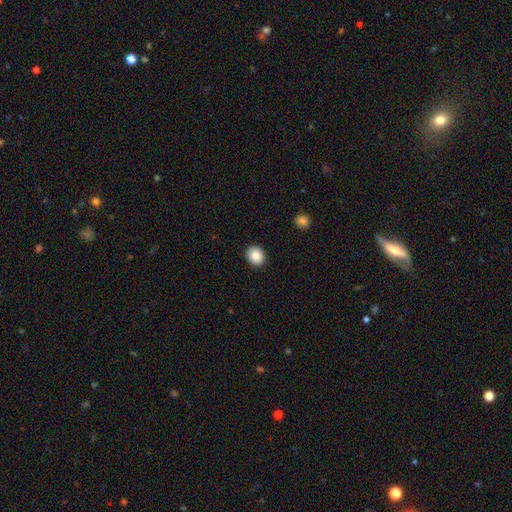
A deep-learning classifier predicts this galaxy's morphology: Smooth or featured? Predicted: smooth (p=0.88). How rounded? Predicted: round (p=0.63). Merging? Predicted: none (p=0.91).